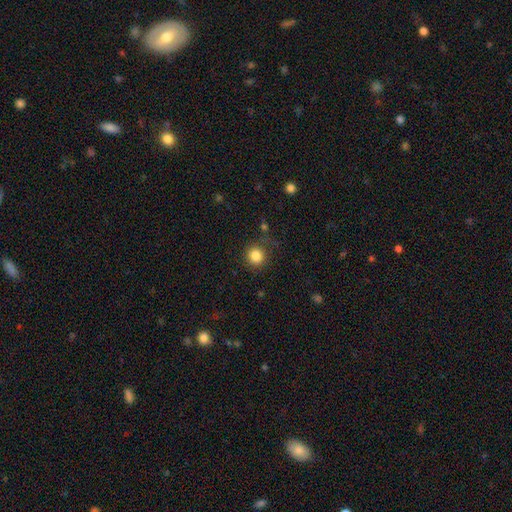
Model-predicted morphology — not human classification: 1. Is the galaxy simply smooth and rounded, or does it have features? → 84% smooth, 11% star or artifact, 5% featured or disk.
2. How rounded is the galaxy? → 92% round, 7% in between, 1% cigar-shaped.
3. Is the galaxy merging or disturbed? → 83% none, 10% minor disturbance, 4% major disturbance, 2% merger.